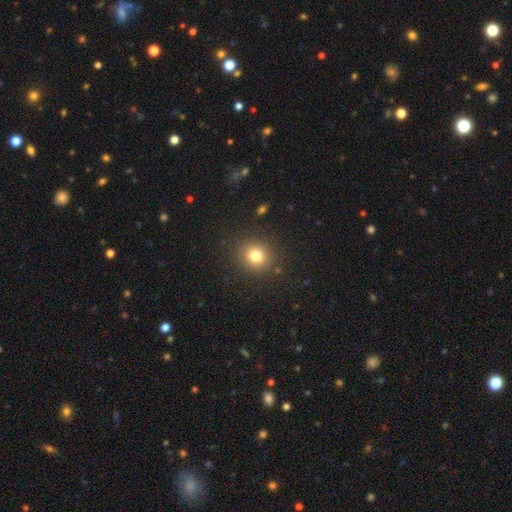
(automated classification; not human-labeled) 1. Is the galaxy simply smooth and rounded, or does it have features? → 79% smooth, 13% star or artifact, 8% featured or disk.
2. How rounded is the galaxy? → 87% round, 12% in between, 1% cigar-shaped.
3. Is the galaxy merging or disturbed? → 89% none, 7% minor disturbance, 3% major disturbance, 1% merger.